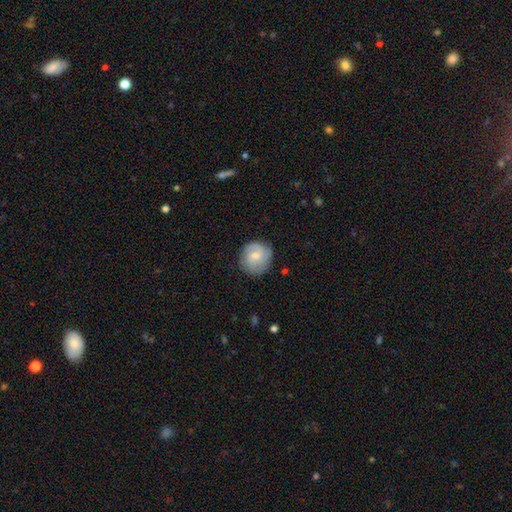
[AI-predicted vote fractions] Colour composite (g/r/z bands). It shows a featured or disk galaxy (63%) with no bar (55%), 2 (44%) tight (48%) spiral arms (92%) and a small central bulge (50%). Merging: none (82%).